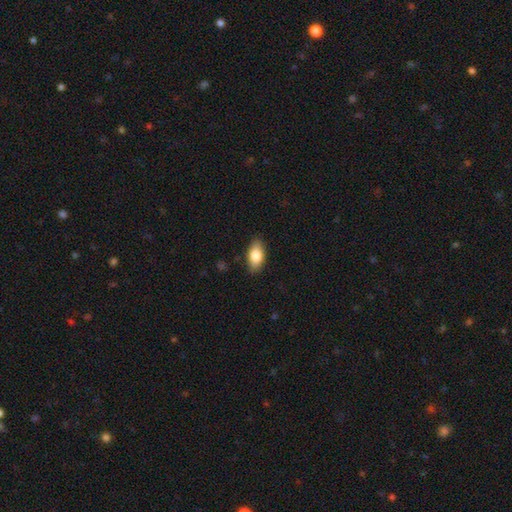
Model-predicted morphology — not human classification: A smooth galaxy with no disk features (82%) that is in between round and cigar-shaped (92%). Merging: none (86%).